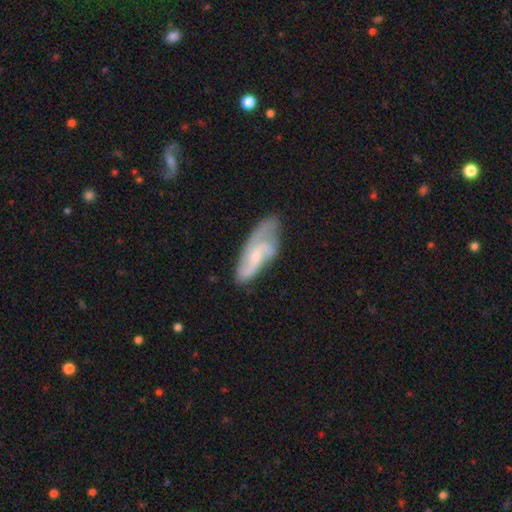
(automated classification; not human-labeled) Smooth or featured? featured or disk (70%)
Edge-on disk? no (90%)
Bar? no (55%)
Spiral arms? yes (91%)
Spiral winding? medium (46%)
Spiral arm count? 2 (55%)
Bulge size? small (56%)
Merging? none (54%)